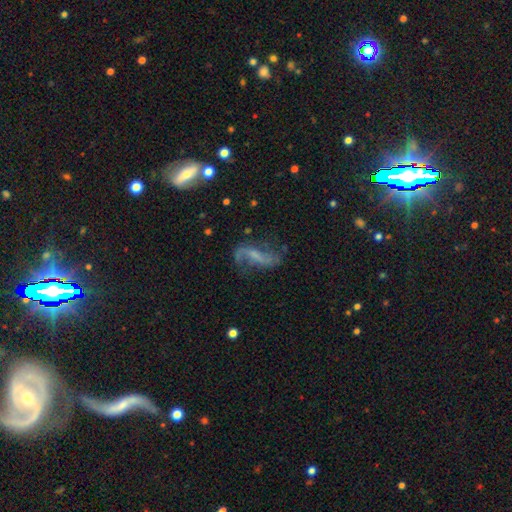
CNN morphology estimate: Smooth or featured: featured or disk — 75% (smooth — 15%)
Edge-on disk: no — 92% (yes — 8%)
Bar: weak — 41% (strong — 30%)
Spiral arms: yes — 90% (no — 10%)
Spiral winding: loose — 75% (medium — 20%)
Spiral arm count: 2 — 87% (can't tell — 5%)
Bulge size: none — 43% (small — 36%)
Merging: none — 60% (minor disturbance — 20%)